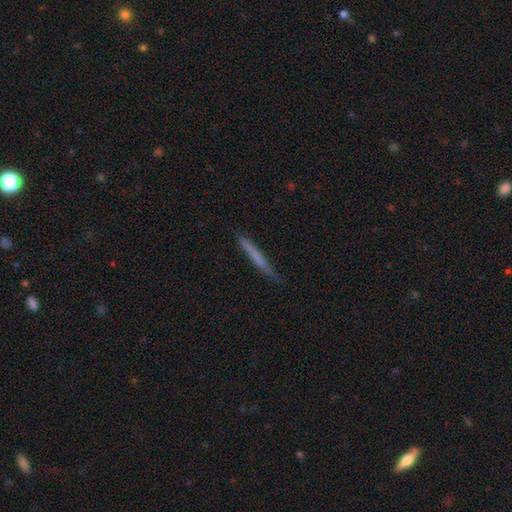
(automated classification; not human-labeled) Q: Smooth or featured?
A: smooth (57%); runner-up: featured or disk (36%)
Q: How rounded?
A: cigar-shaped (97%); runner-up: in between (2%)
Q: Merging?
A: none (81%); runner-up: minor disturbance (15%)